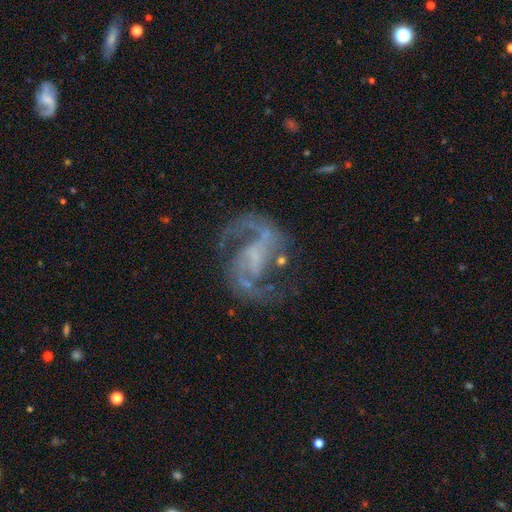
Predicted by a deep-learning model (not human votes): This appears to be a featured or disk galaxy (90%) with a weak bar (44%), 2 (92%) medium (58%) spiral arms (97%) and no central bulge (53%). Merging: none (70%).